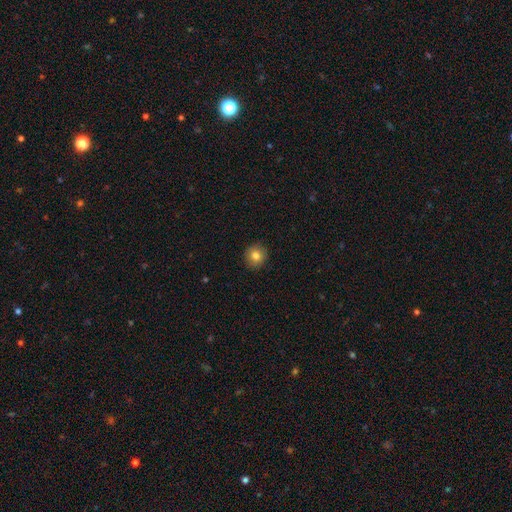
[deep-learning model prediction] This is clearly a smooth galaxy (81%). How rounded: clearly round (90%). Merging: clearly none (91%).